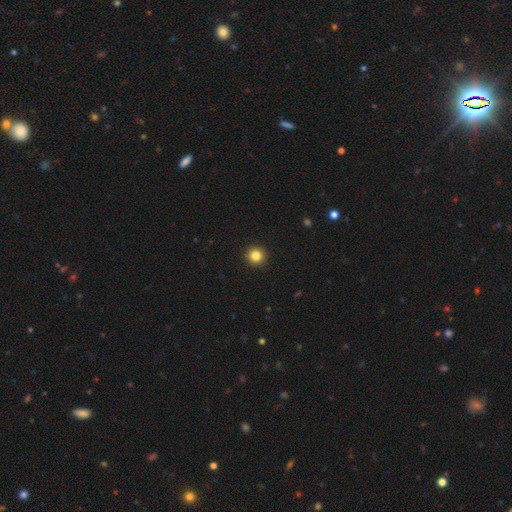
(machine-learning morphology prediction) The model was most divided on "smooth or featured": smooth: 83%, star or artifact: 12%, featured or disk: 5%. More confident: how rounded — round (96%); merging — none (94%).